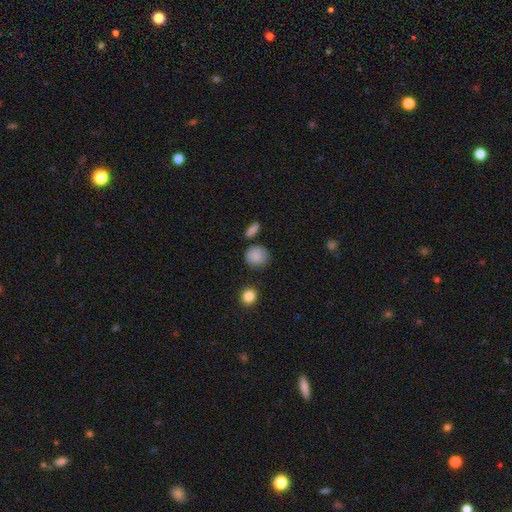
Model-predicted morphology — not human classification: smooth 87%, star or artifact 9%, featured or disk 4%. Down the decision tree: how rounded — round (82%); merging — none (76%).